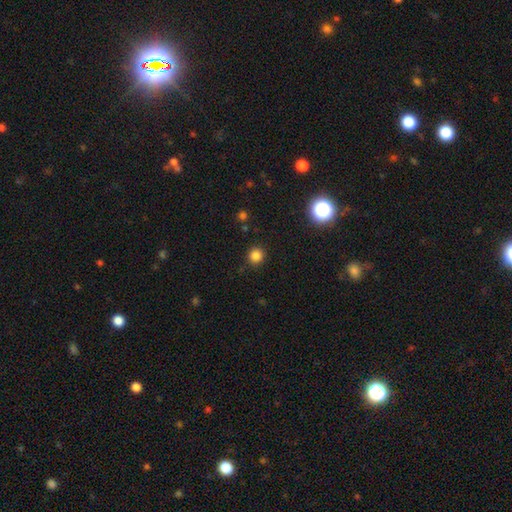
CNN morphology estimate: Smooth or featured? Predicted: smooth (p=0.83). How rounded? Predicted: round (p=0.92). Merging? Predicted: none (p=0.90).